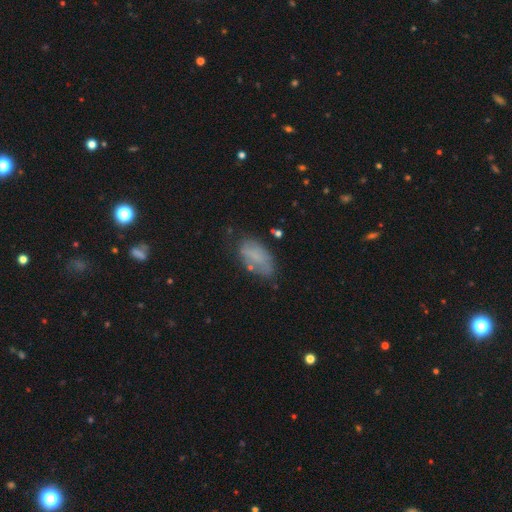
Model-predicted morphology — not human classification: Smooth or featured?
  - smooth: 68% *
  - featured or disk: 23%
  - star or artifact: 9%
How rounded?
  - in between: 92% *
  - cigar-shaped: 5%
  - round: 3%
Merging?
  - none: 58% *
  - minor disturbance: 27%
  - major disturbance: 10%
  - merger: 5%